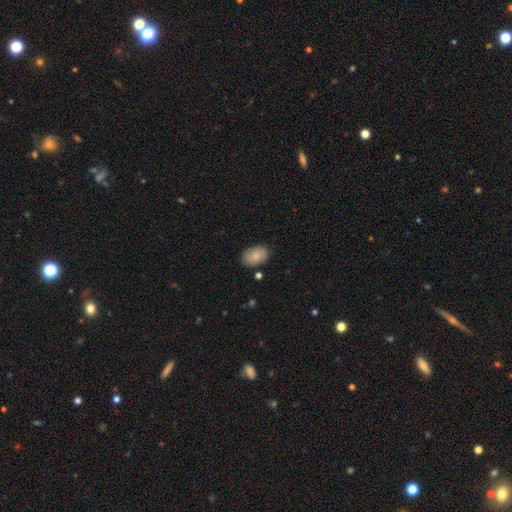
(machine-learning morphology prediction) Smooth or featured? smooth (85%)
How rounded? in between (90%)
Merging? none (84%)